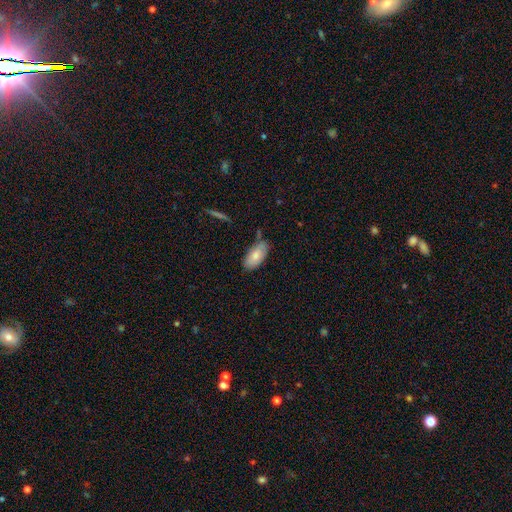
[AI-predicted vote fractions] Smooth or featured?
  - smooth: 77% *
  - featured or disk: 17%
  - star or artifact: 6%
How rounded?
  - in between: 93% *
  - cigar-shaped: 5%
  - round: 2%
Merging?
  - none: 67% *
  - minor disturbance: 24%
  - merger: 4%
  - major disturbance: 4%